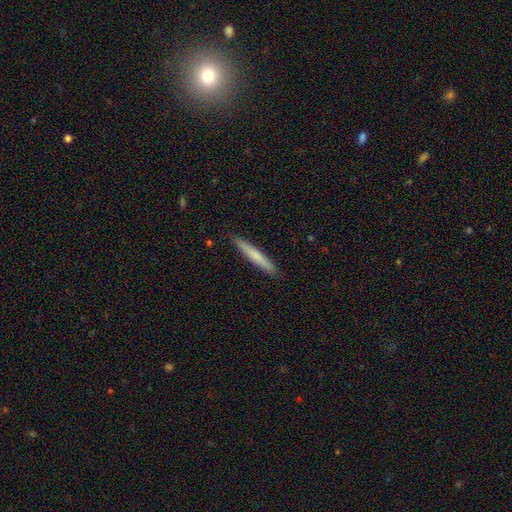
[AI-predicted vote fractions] smooth_or_featured: smooth (p=0.70) [alt: featured or disk p=0.25]
how_rounded: cigar-shaped (p=0.96) [alt: in between p=0.03]
merging: none (p=0.91) [alt: minor disturbance p=0.07]